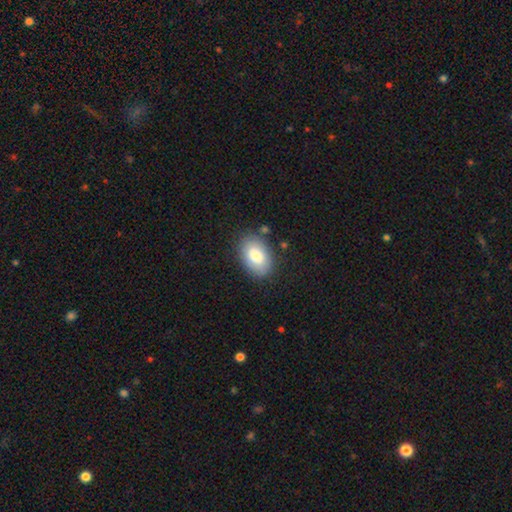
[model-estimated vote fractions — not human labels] A smooth galaxy with no disk features (81%) that is in between round and cigar-shaped (90%). Merging: none (82%).